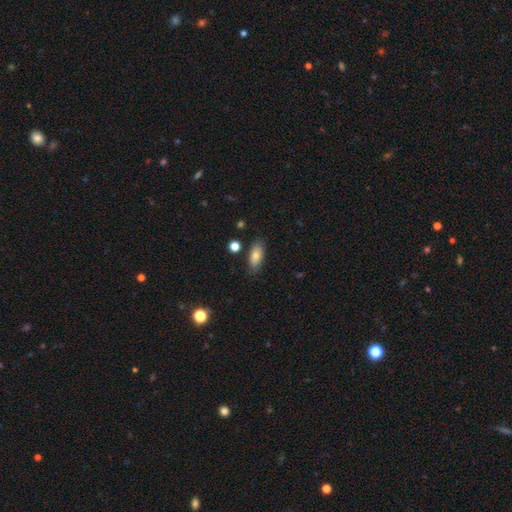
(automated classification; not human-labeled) Smooth or featured? smooth (78%)
How rounded? in between (83%)
Merging? none (82%)